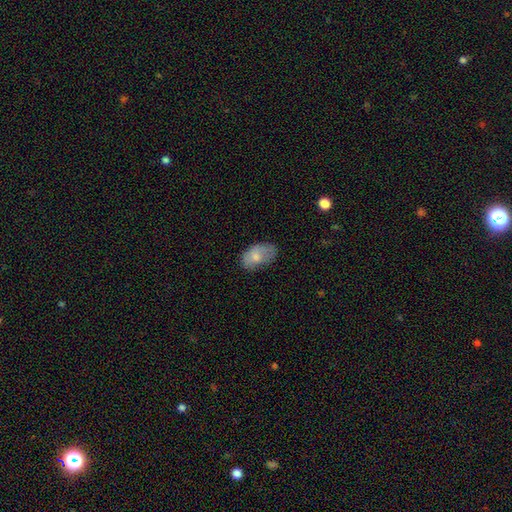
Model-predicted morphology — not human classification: This appears to be a smooth galaxy with no disk features (73%) that is in between round and cigar-shaped (91%). Merging: none (59%).